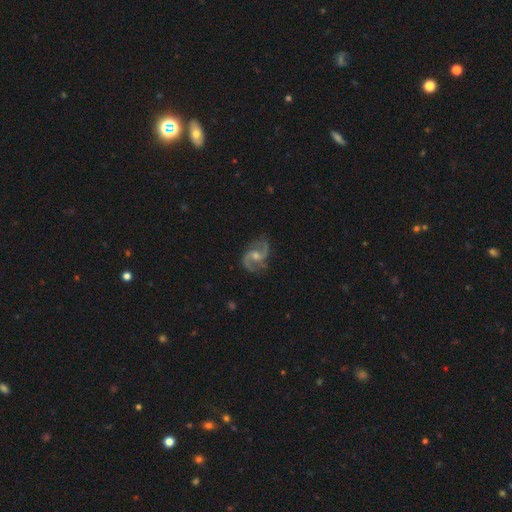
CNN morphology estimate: Smooth or featured?
  - featured or disk: 89% *
  - star or artifact: 6%
  - smooth: 5%
Edge-on disk?
  - no: 98% *
  - yes: 2%
Bar?
  - weak: 46% *
  - no: 44%
  - strong: 10%
Spiral arms?
  - yes: 98% *
  - no: 2%
Spiral winding?
  - medium: 55% *
  - loose: 31%
  - tight: 13%
Spiral arm count?
  - 2: 93% *
  - can't tell: 2%
  - 3: 2%
  - 1: 1%
  - 4: 1%
  - more than 4: 1%
Bulge size?
  - moderate: 57% *
  - small: 36%
  - none: 3%
  - large: 3%
  - dominant: 1%
Merging?
  - none: 81% *
  - minor disturbance: 13%
  - major disturbance: 4%
  - merger: 1%